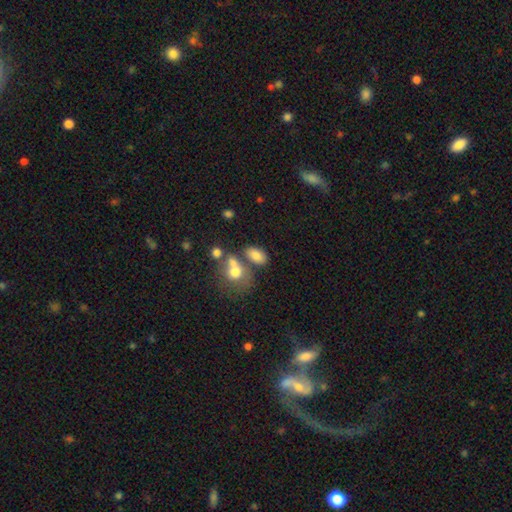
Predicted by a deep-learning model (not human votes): This is likely a smooth galaxy (78%). How rounded: clearly in between (86%). Merging: possibly none (54%).